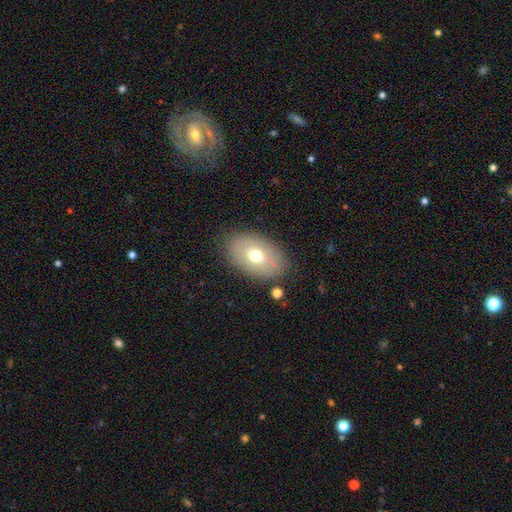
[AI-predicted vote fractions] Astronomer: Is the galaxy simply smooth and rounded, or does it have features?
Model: smooth — 67%.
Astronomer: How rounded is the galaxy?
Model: in between — 87%.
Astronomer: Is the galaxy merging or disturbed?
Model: none — 82%.